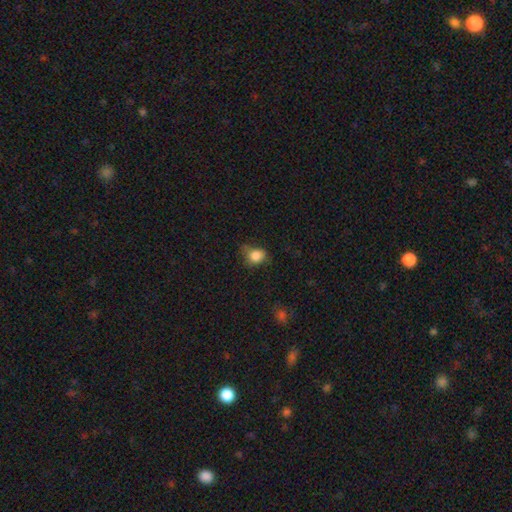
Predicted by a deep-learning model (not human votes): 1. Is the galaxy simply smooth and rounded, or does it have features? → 83% smooth, 10% star or artifact, 7% featured or disk.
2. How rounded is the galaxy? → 57% round, 42% in between, 1% cigar-shaped.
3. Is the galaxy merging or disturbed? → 49% none, 35% minor disturbance, 13% major disturbance, 3% merger.